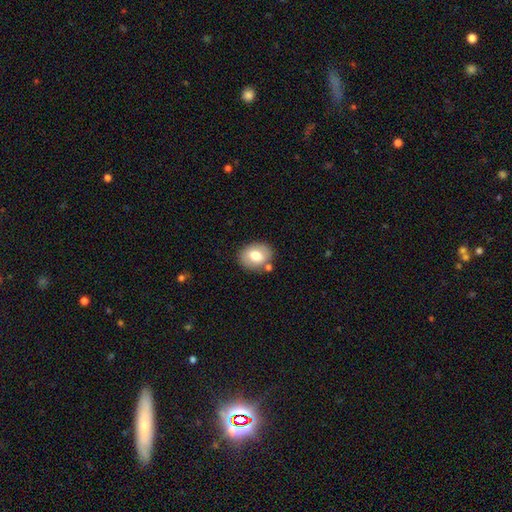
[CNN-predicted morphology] Smooth or featured? smooth (73%)
How rounded? in between (62%)
Merging? none (76%)